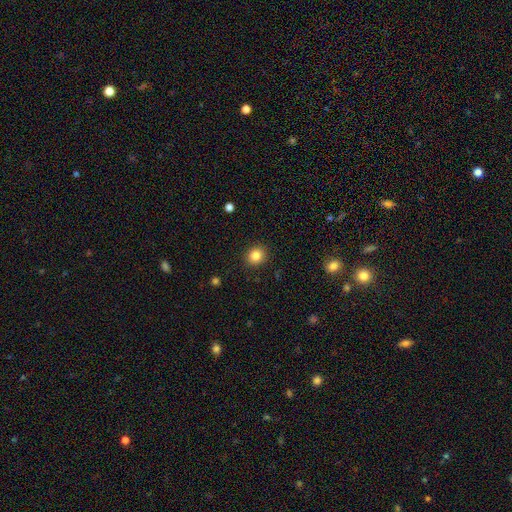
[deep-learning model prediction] A smooth galaxy with no disk features (84%) that is round (83%).

Vote fractions:
- Smooth or featured? smooth: 84% / star or artifact: 11% / featured or disk: 5%
- How rounded? round: 83% / in between: 16% / cigar-shaped: 1%
- Merging? none: 91% / minor disturbance: 6% / major disturbance: 2% / merger: 1%